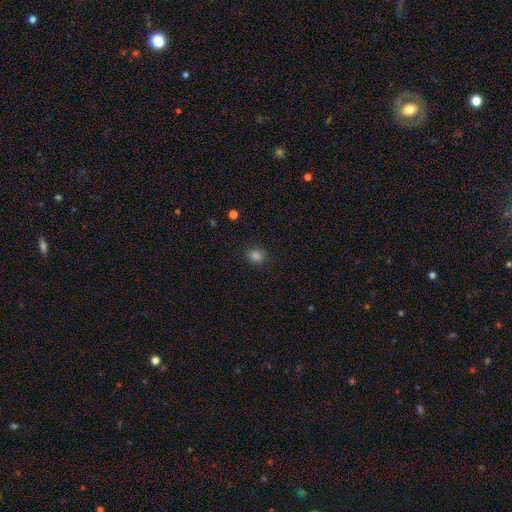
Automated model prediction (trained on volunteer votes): Q: Smooth or featured?
A: smooth (83%); runner-up: star or artifact (13%)
Q: How rounded?
A: in between (52%); runner-up: round (47%)
Q: Merging?
A: none (83%); runner-up: minor disturbance (12%)